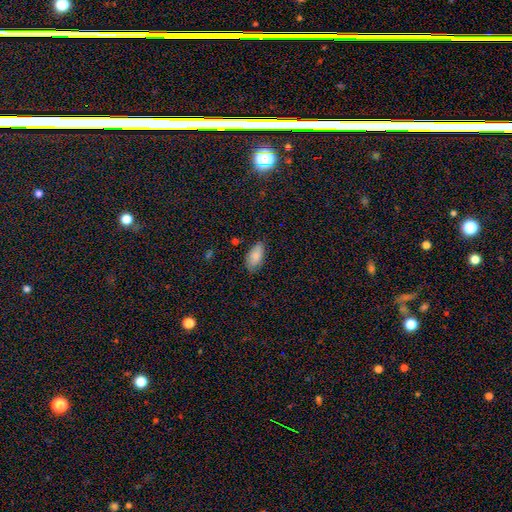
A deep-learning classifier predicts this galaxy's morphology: Smooth or featured?
  - smooth: 83% *
  - featured or disk: 9%
  - star or artifact: 8%
How rounded?
  - in between: 93% *
  - cigar-shaped: 4%
  - round: 2%
Merging?
  - none: 77% *
  - minor disturbance: 18%
  - major disturbance: 3%
  - merger: 1%